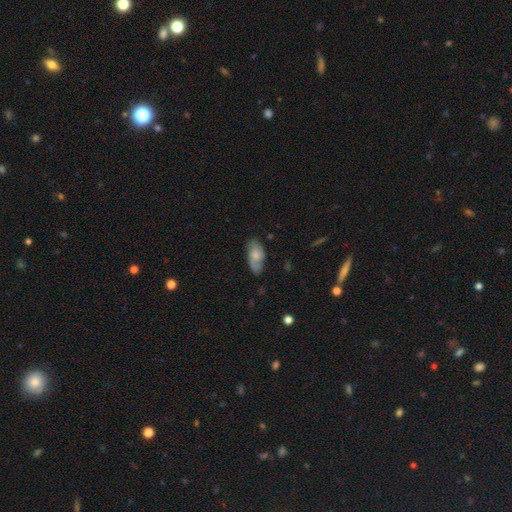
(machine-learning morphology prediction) Smooth or featured? smooth (63%)
How rounded? in between (90%)
Merging? none (66%)